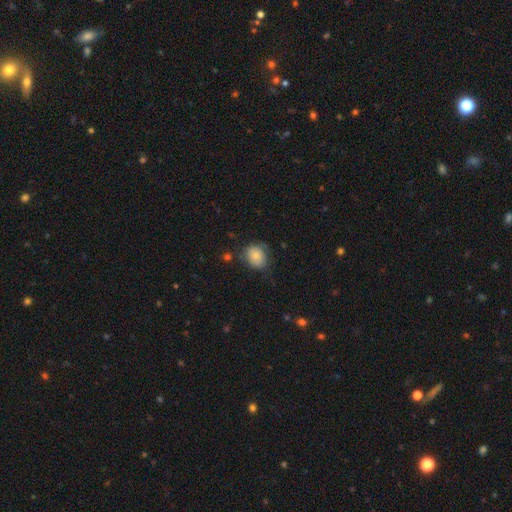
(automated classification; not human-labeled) Morphology: type=smooth (77%); roundness=round (59%); merging=none (62%).